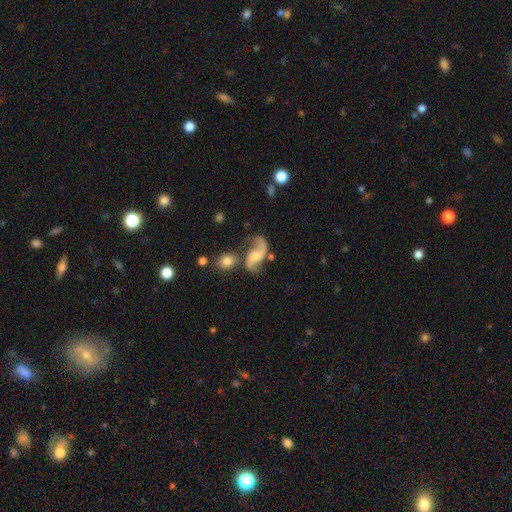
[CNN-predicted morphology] The model was most divided on "bulge size": moderate: 42%, small: 38%, none: 12%, large: 6%, dominant: 2%. More confident: edge-on disk — no (97%); spiral arms — yes (95%); spiral arm count — 2 (92%); smooth or featured — featured or disk (84%); spiral winding — loose (80%); merging — none (58%); bar — no (50%).